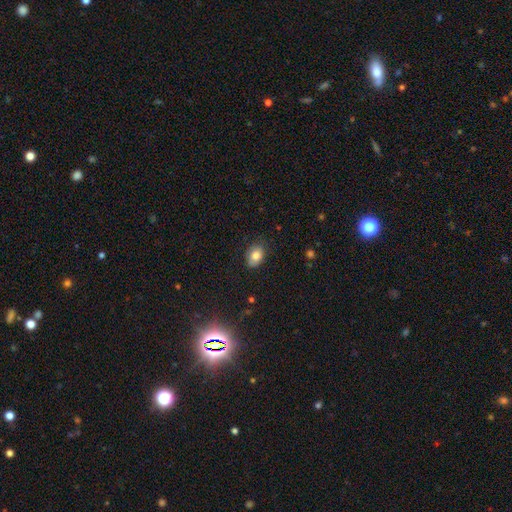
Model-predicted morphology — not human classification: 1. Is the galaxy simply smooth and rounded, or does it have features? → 81% smooth, 10% featured or disk, 9% star or artifact.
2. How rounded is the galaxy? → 78% in between, 21% round, 1% cigar-shaped.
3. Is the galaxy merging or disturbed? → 79% none, 17% minor disturbance, 3% major disturbance, 1% merger.